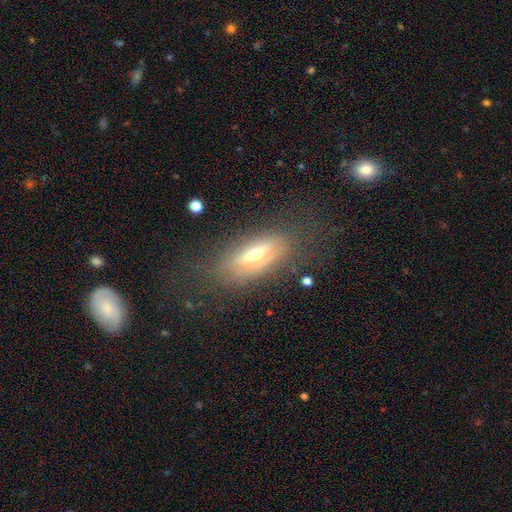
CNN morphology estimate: Smooth or featured? Predicted: featured or disk (p=0.51). Edge-on disk? Predicted: yes (p=0.65). Merging? Predicted: none (p=0.69).